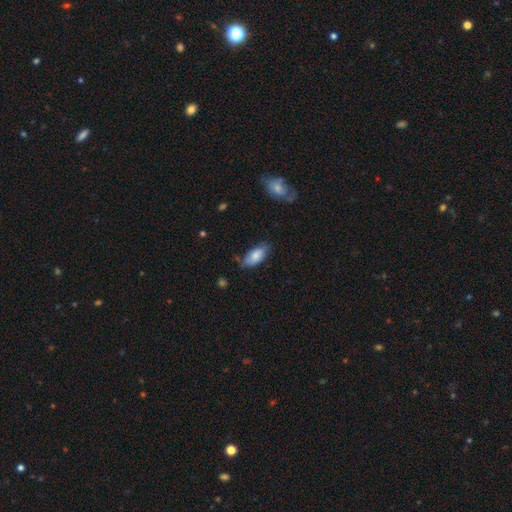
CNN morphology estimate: A smooth galaxy with no disk features (79%) that is in between round and cigar-shaped (89%). Merging: none (67%).